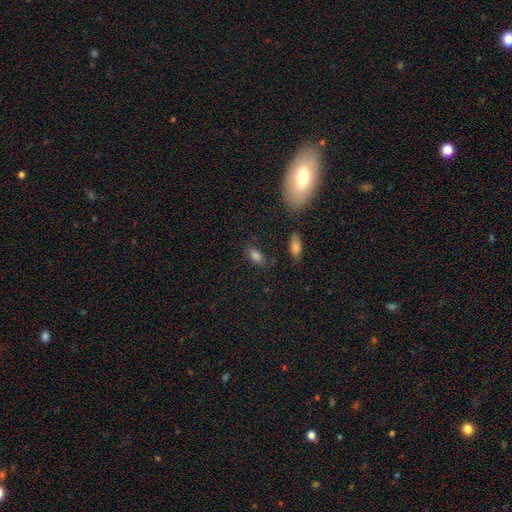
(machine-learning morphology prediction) This appears to be a smooth galaxy with no disk features (82%) that is in between round and cigar-shaped (88%). Merging: none (76%).